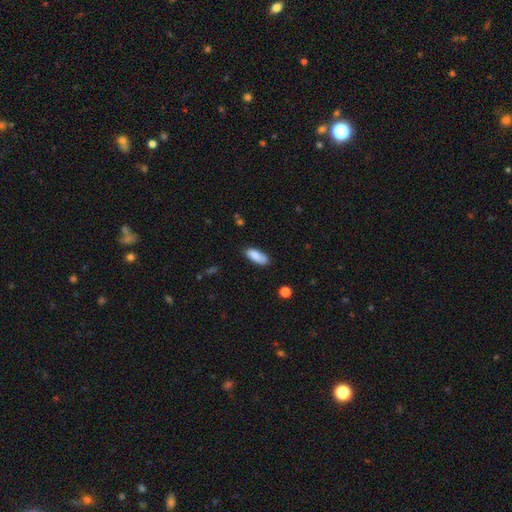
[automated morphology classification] smooth 85%, featured or disk 8%, star or artifact 7%. Down the decision tree: how rounded — in between (77%); merging — none (69%).